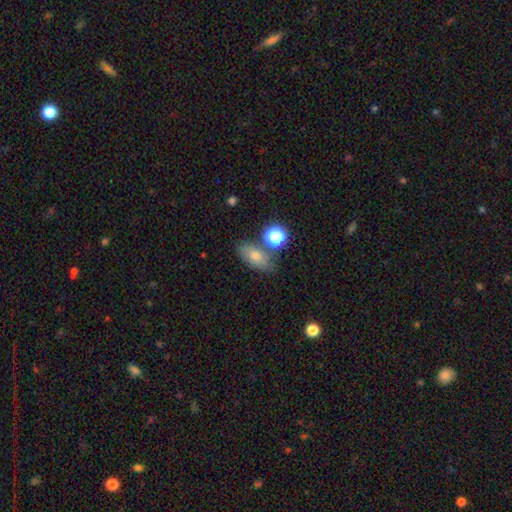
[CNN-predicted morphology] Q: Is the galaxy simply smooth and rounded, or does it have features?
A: smooth — 67%.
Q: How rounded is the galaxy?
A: in between — 78%.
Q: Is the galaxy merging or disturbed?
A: none — 73%.